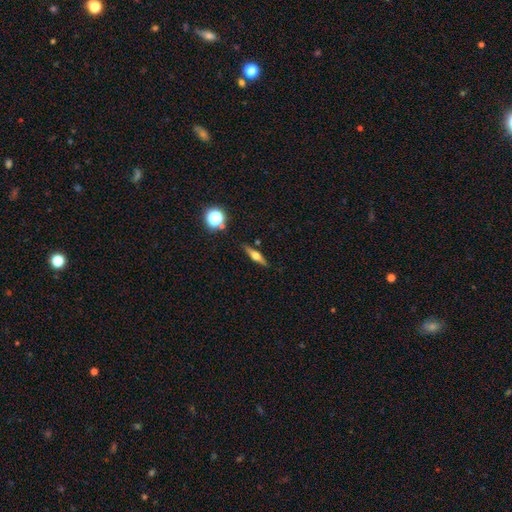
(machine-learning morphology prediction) featured or disk 54%, smooth 37%, star or artifact 9%. Down the decision tree: edge-on disk — yes (93%); edge-on bulge — rounded (92%); merging — none (85%).